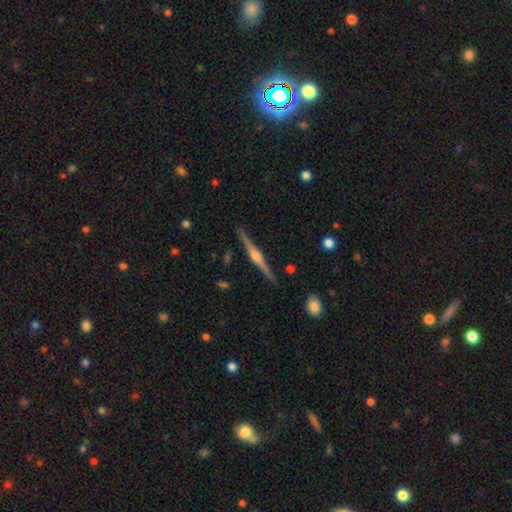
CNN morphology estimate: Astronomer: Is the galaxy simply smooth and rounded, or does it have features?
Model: featured or disk — 85%.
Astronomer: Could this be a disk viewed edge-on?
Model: yes — 99%.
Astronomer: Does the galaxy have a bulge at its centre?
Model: rounded — 88%.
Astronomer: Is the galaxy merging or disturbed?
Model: none — 91%.